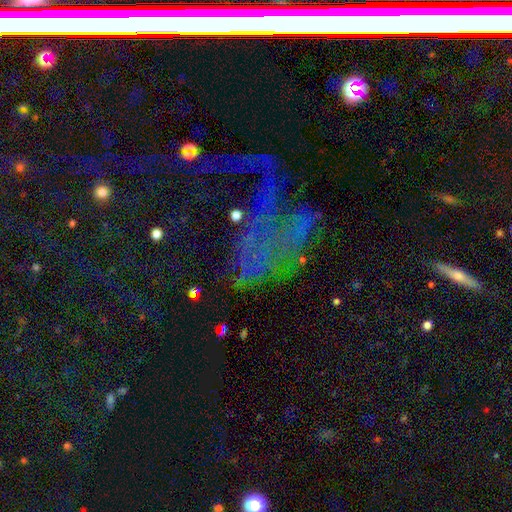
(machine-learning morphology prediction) Smooth or featured: star or artifact — 53% (featured or disk — 27%)